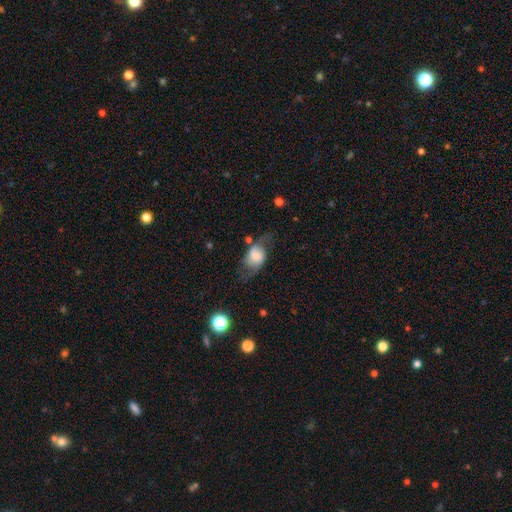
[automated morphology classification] This appears to be a smooth galaxy with no disk features (49%). Merging: none (47%).